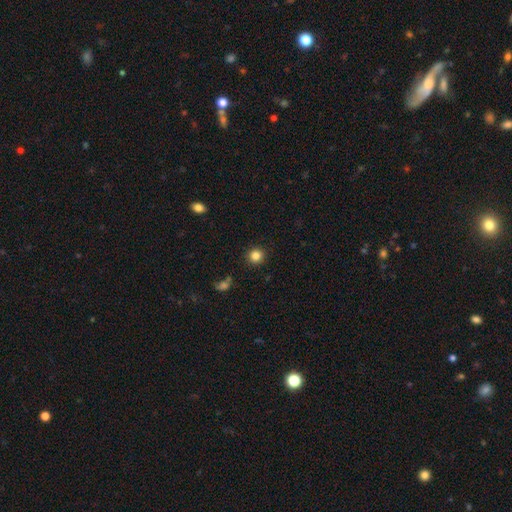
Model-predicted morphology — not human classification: A smooth galaxy with no disk features (84%) that is round (93%). Merging: none (91%).